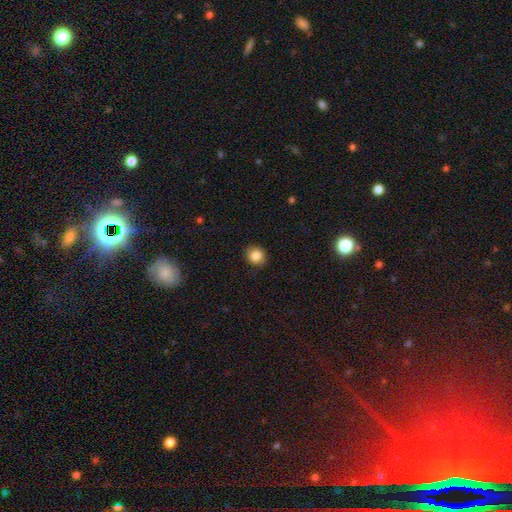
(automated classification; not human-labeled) This appears to be a smooth galaxy with no disk features (86%) that is round (74%). Merging: none (87%).